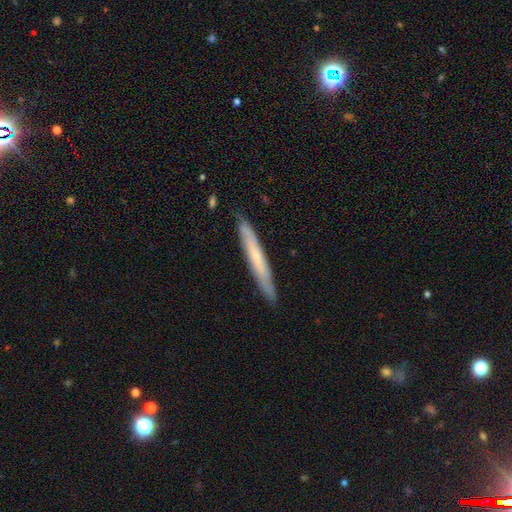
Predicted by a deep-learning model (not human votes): Overall: smooth (52%; featured or disk 43%). How rounded: cigar-shaped (96%). Merging: none (88%).